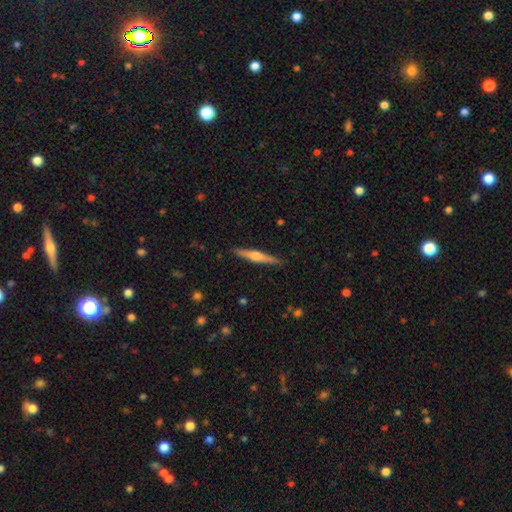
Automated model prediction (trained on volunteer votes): smooth-or-featured: featured or disk: 69% | smooth: 26% | star or artifact: 6%
  disk-edge-on: yes: 98% | no: 2%
    edge-on-bulge: rounded: 88% | boxy: 7% | none: 5%
  merging: none: 90% | minor disturbance: 7% | major disturbance: 1% | merger: 1%